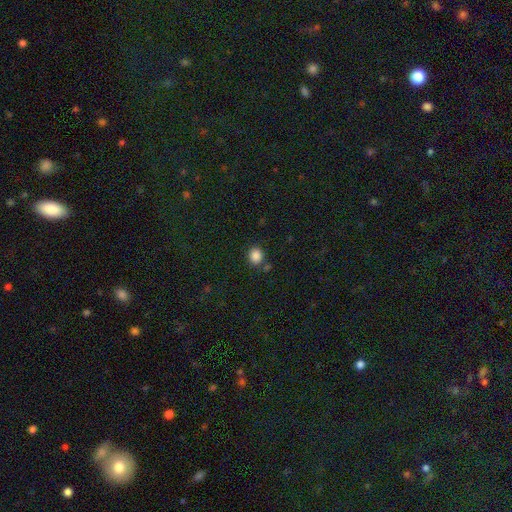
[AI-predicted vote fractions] Overall: smooth (87%). How rounded: round (76%). Merging: none (81%).